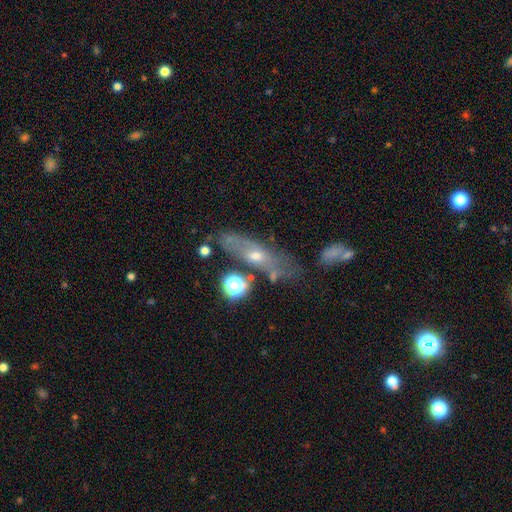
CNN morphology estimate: Smooth or featured: featured or disk — 54% (smooth — 34%)
Edge-on disk: no — 60% (yes — 40%)
Merging: none — 65% (minor disturbance — 19%)